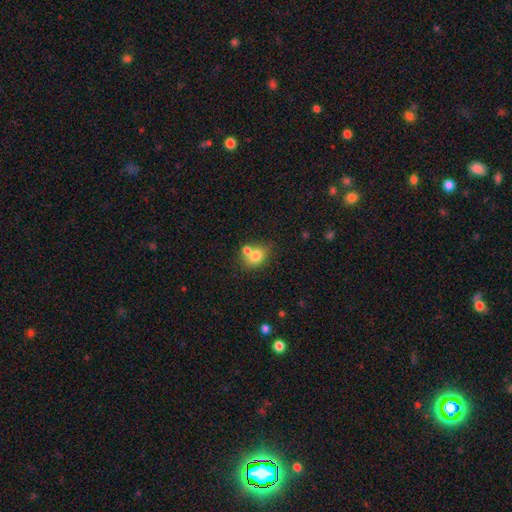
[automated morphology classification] Overall: smooth (76%). How rounded: round (50%; in between 49%). Merging: none (50%; merger 34%).